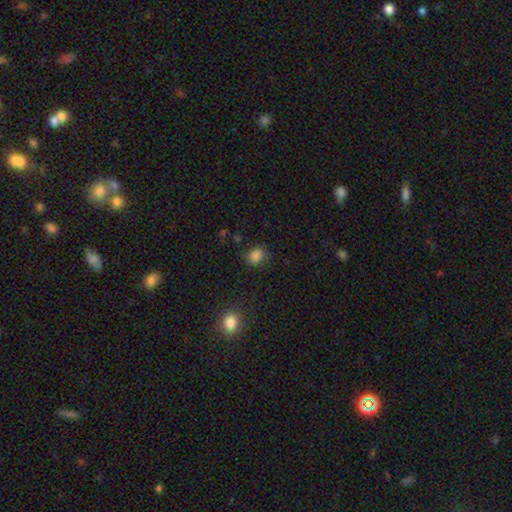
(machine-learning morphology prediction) The model was most divided on "how rounded": round: 58%, in between: 41%, cigar-shaped: 1%. More confident: smooth or featured — smooth (84%); merging — none (83%).